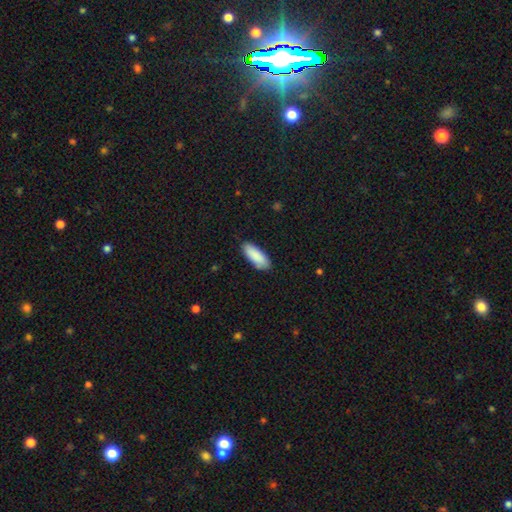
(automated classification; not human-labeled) The model was most divided on "how rounded": in between: 75%, cigar-shaped: 23%, round: 1%. More confident: smooth or featured — smooth (90%); merging — none (86%).